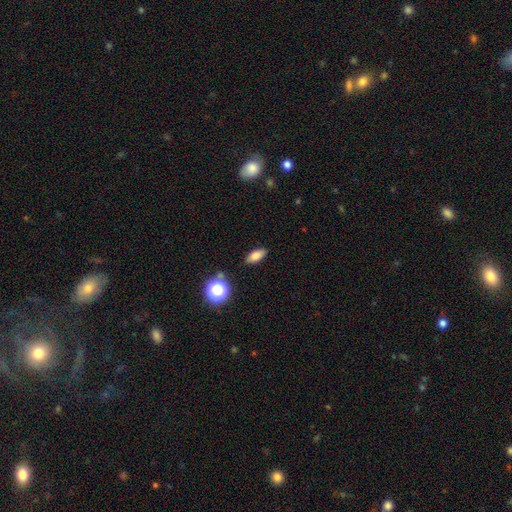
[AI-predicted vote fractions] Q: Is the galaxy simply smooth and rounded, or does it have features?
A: smooth — 80%.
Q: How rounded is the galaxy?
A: in between — 82%.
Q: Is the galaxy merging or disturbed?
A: none — 85%.